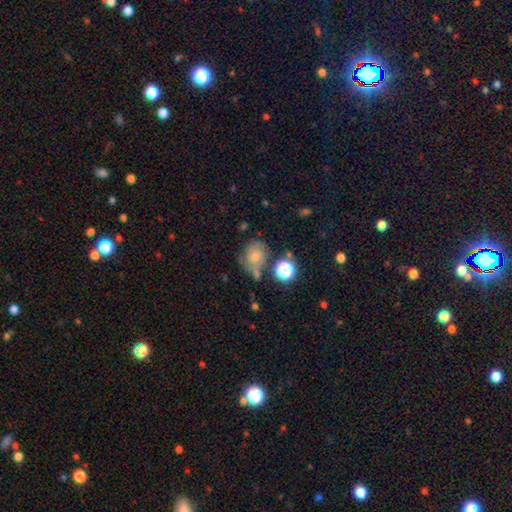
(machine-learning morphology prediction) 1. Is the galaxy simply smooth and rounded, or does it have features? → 48% smooth, 37% featured or disk, 15% star or artifact.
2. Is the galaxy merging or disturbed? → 47% none, 24% minor disturbance, 14% merger, 14% major disturbance.